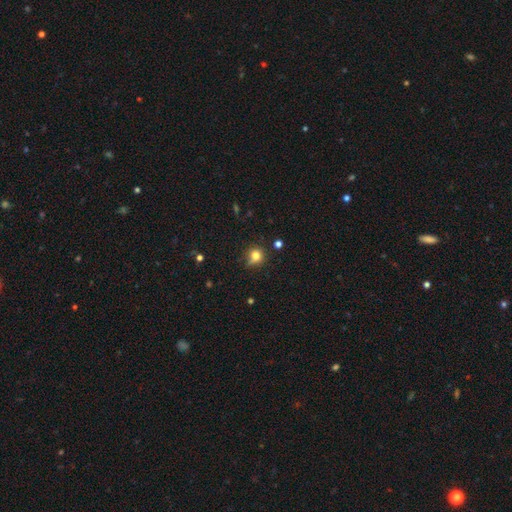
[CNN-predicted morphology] The model was most divided on "merging": none: 69%, minor disturbance: 22%, major disturbance: 6%, merger: 4%. More confident: how rounded — round (87%); smooth or featured — smooth (78%).